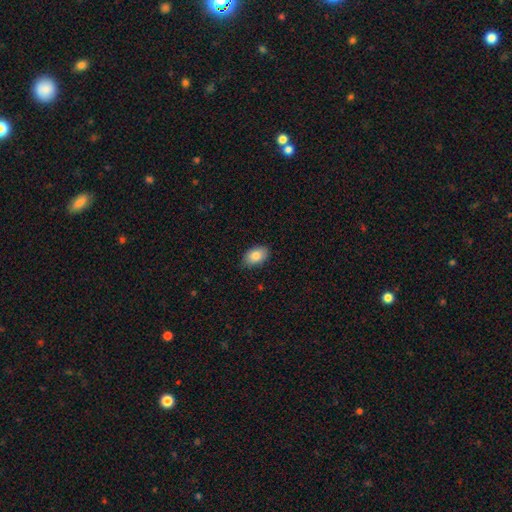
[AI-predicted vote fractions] Smooth or featured?
  - smooth: 85% *
  - featured or disk: 8%
  - star or artifact: 7%
How rounded?
  - in between: 89% *
  - round: 10%
  - cigar-shaped: 1%
Merging?
  - none: 86% *
  - minor disturbance: 11%
  - major disturbance: 2%
  - merger: 1%